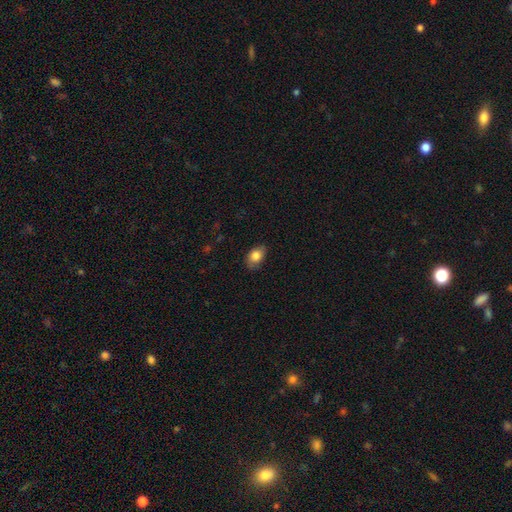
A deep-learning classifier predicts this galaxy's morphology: Smooth or featured: smooth — 82% (featured or disk — 10%)
How rounded: in between — 81% (round — 17%)
Merging: none — 74% (minor disturbance — 21%)